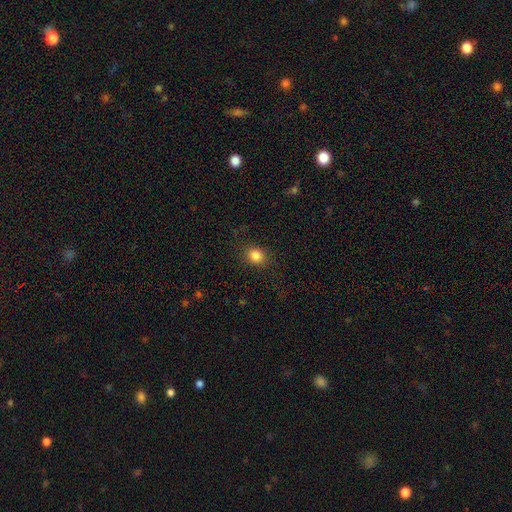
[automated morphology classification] smooth-or-featured: smooth: 84% | star or artifact: 11% | featured or disk: 5%
  how-rounded: round: 68% | in between: 31% | cigar-shaped: 1%
  merging: none: 84% | minor disturbance: 11% | major disturbance: 4% | merger: 1%